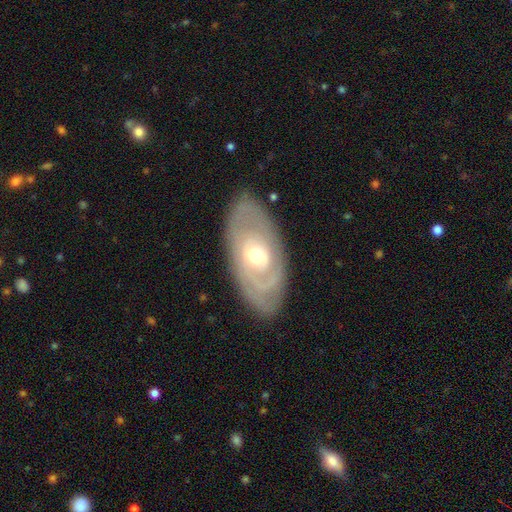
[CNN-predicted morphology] Smooth or featured? featured or disk (75%)
Edge-on disk? no (91%)
Bar? no (74%)
Spiral arms? yes (74%)
Spiral winding? tight (70%)
Spiral arm count? can't tell (44%)
Bulge size? moderate (59%)
Merging? none (82%)